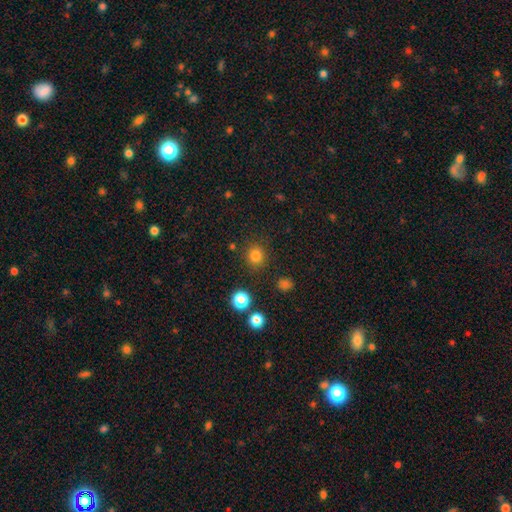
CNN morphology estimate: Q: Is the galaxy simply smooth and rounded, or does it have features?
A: smooth — 81%.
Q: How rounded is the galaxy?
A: round — 89%.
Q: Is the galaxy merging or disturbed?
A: none — 88%.